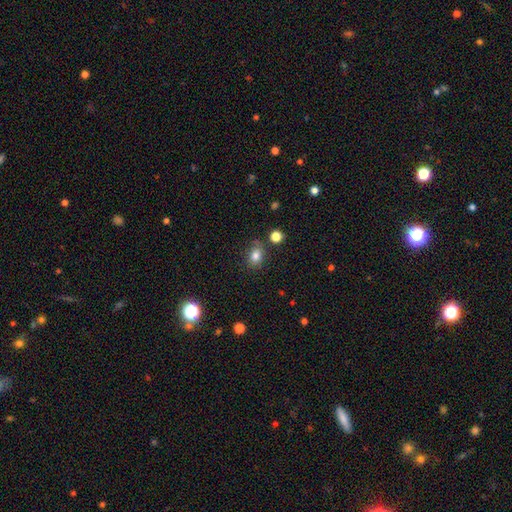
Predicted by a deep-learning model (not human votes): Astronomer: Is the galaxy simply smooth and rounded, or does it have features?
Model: smooth — 81%.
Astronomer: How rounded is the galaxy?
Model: in between — 66%.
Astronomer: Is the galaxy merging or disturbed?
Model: none — 76%.